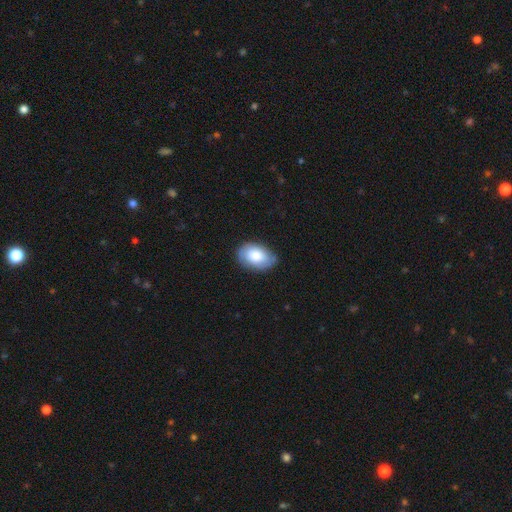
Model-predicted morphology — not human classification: type=smooth (72%); roundness=in between (86%); merging=none (74%).